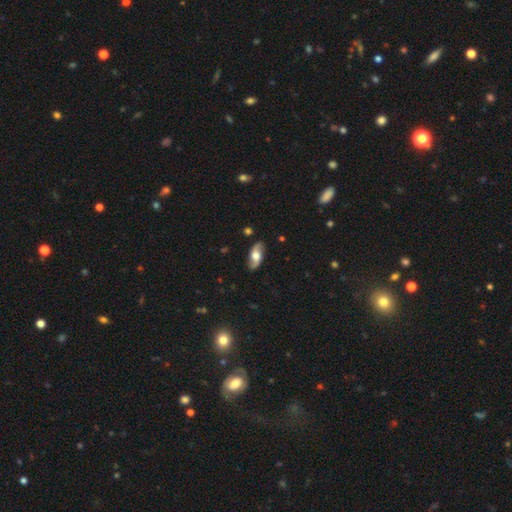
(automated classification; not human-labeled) The model was most divided on "smooth or featured": featured or disk: 58%, smooth: 36%, star or artifact: 6%. More confident: merging — none (84%); edge-on disk — no (84%).